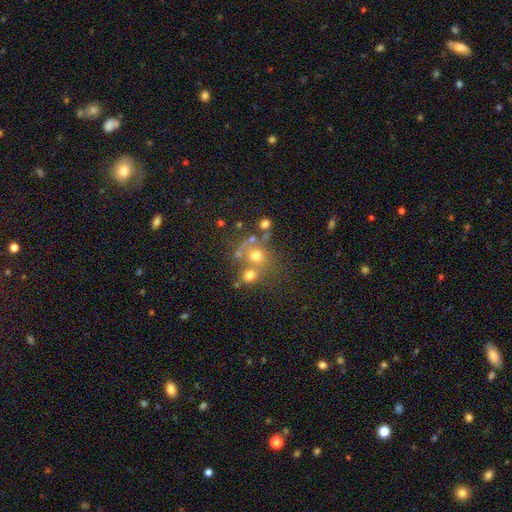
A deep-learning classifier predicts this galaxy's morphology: Overall: smooth (47%; star or artifact 32%). Merging: none (42%; merger 41%).